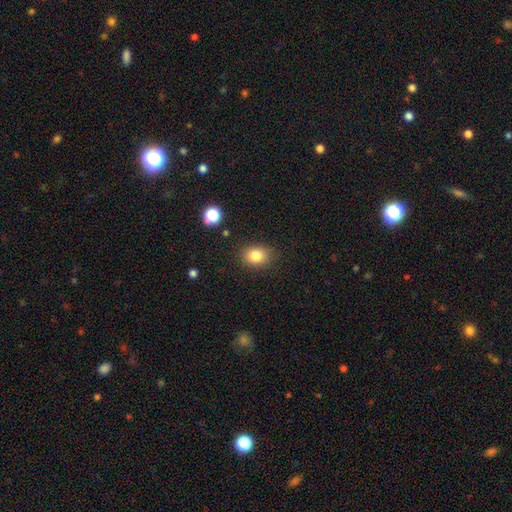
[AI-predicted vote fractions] Morphology: type=smooth (83%); roundness=in between (57%); merging=none (84%).